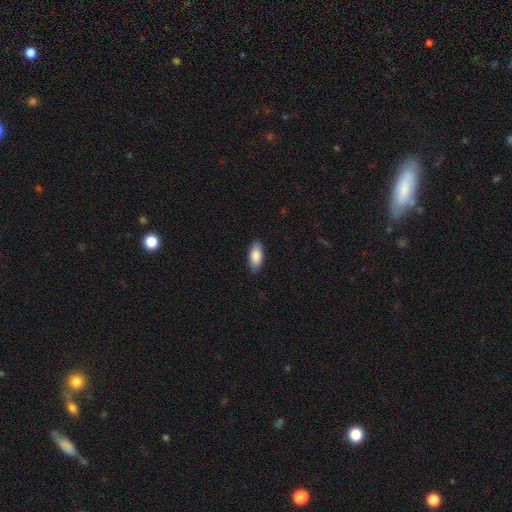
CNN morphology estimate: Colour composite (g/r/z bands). It shows a smooth galaxy with no disk features (86%) that is in between round and cigar-shaped (85%). Merging: none (88%).